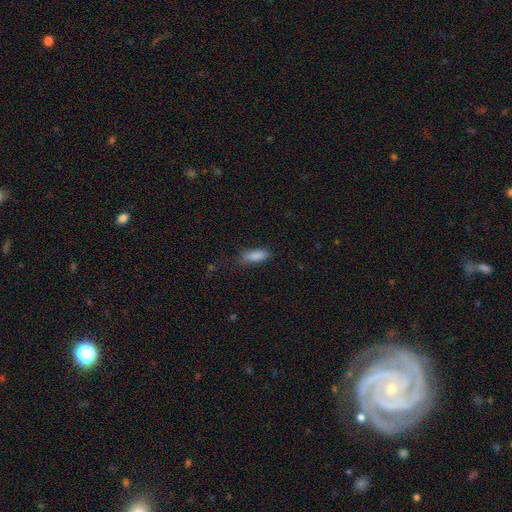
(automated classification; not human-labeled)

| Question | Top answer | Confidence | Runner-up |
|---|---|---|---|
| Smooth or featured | smooth | 86% | star or artifact (8%) |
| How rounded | in between | 66% | cigar-shaped (31%) |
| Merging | none | 71% | minor disturbance (21%) |